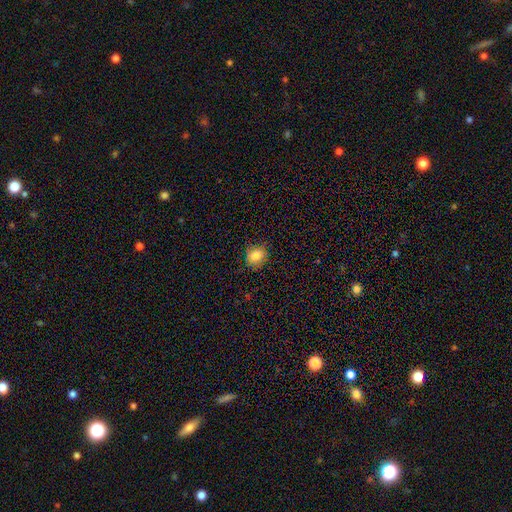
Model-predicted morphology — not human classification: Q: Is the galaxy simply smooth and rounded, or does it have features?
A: smooth — 82%.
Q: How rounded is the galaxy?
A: round — 74%.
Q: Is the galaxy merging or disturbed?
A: none — 83%.